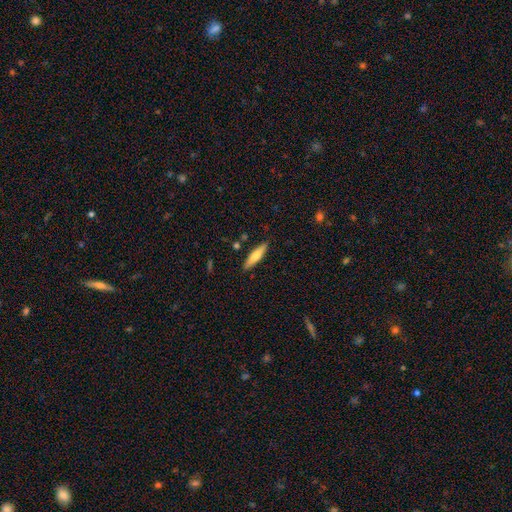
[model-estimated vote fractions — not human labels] Smooth or featured? Predicted: smooth (p=0.55). How rounded? Predicted: cigar-shaped (p=0.76). Merging? Predicted: none (p=0.88).